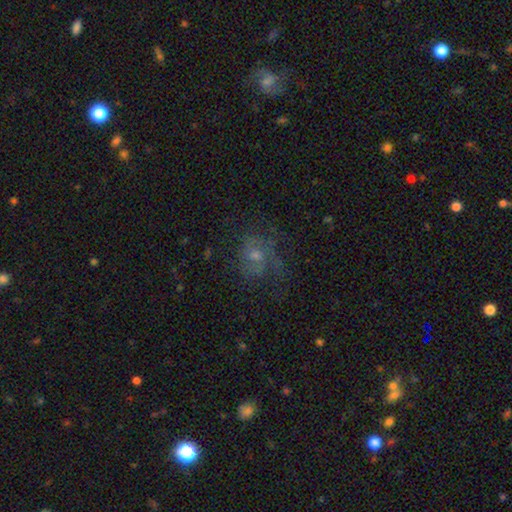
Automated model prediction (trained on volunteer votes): This is possibly a featured or disk galaxy (55%). It is clearly not viewed edge-on (97%). Bar: likely no (69%). Spiral arm pattern: likely yes (75%). Central bulge: possibly moderate (49%). Merging: possibly none (52%).